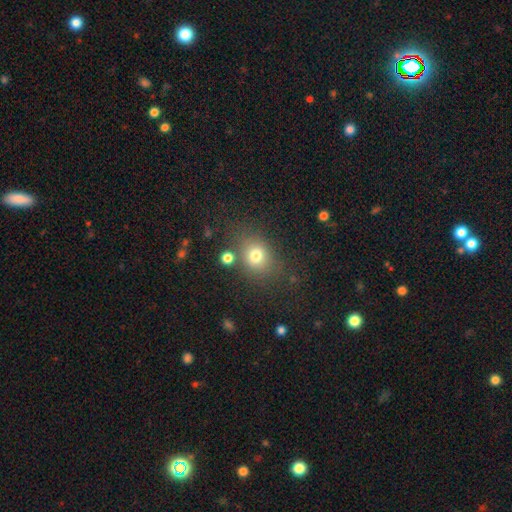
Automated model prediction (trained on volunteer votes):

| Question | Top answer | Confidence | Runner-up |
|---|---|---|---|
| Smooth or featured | smooth | 74% | star or artifact (15%) |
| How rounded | round | 55% | in between (43%) |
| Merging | none | 71% | minor disturbance (14%) |